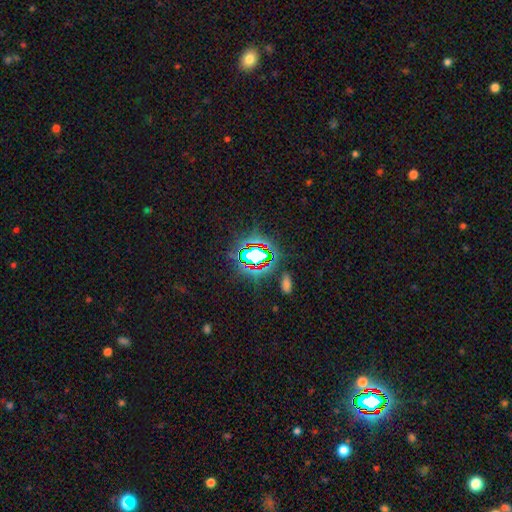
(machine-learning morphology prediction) Smooth or featured?
  - star or artifact: 66% *
  - smooth: 22%
  - featured or disk: 13%